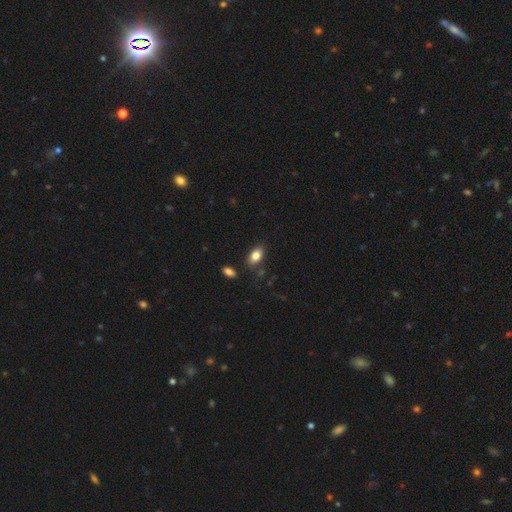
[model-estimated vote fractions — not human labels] Smooth or featured? Predicted: smooth (p=0.83). How rounded? Predicted: in between (p=0.89). Merging? Predicted: none (p=0.81).